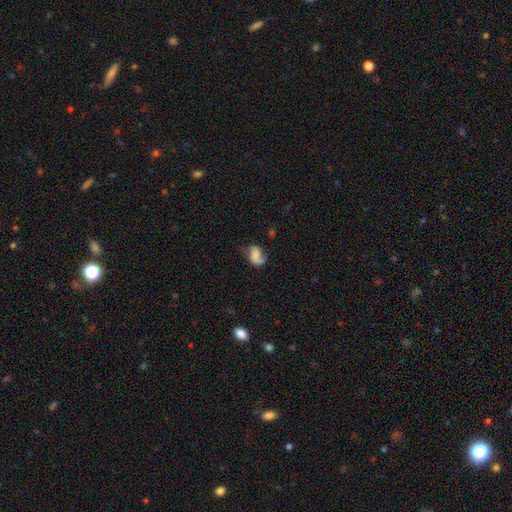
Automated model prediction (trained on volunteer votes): A smooth galaxy with no disk features (47%). Merging: none (41%).